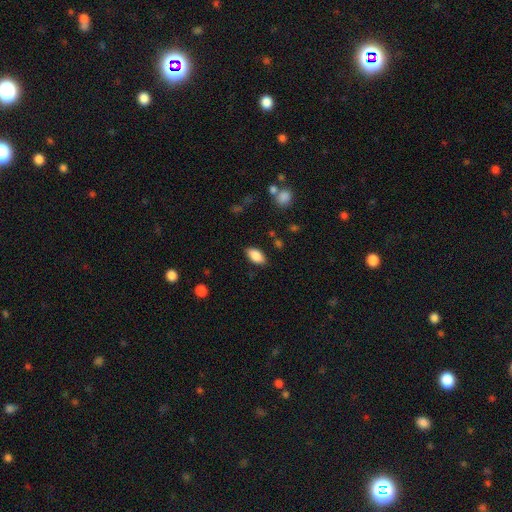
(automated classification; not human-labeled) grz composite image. It shows a smooth galaxy with no disk features (87%) that is in between round and cigar-shaped (93%). Merging: none (85%).